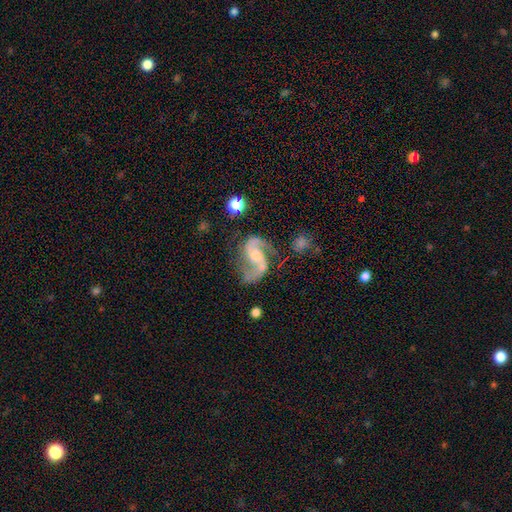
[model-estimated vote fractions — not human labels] This is clearly a featured or disk galaxy (91%). It is clearly not viewed edge-on (98%). Bar: possibly no (48%). Spiral arm pattern: clearly yes (98%). Spiral arm count: clearly 2 (93%). Spiral winding: possibly medium (51%). Central bulge: possibly moderate (45%). Merging: likely none (65%).